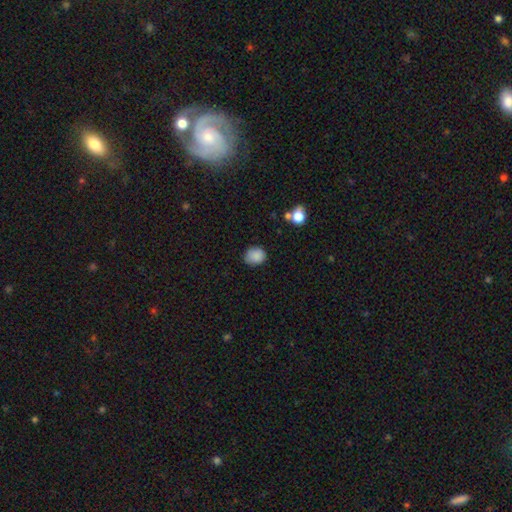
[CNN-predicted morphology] This appears to be a smooth galaxy with no disk features (86%) that is round (66%). Merging: none (77%).